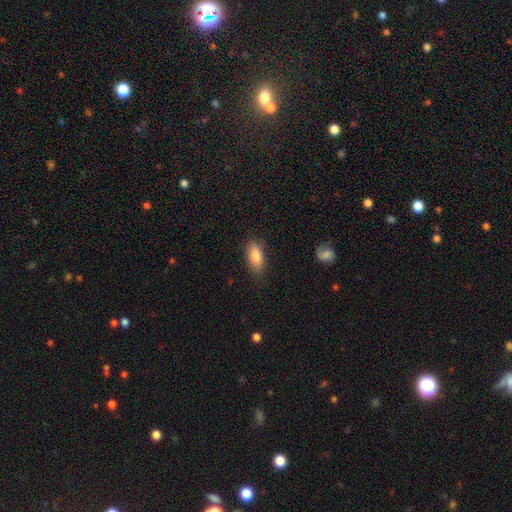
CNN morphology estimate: Smooth or featured: smooth — 83% (featured or disk — 10%)
How rounded: in between — 83% (cigar-shaped — 15%)
Merging: none — 80% (minor disturbance — 16%)